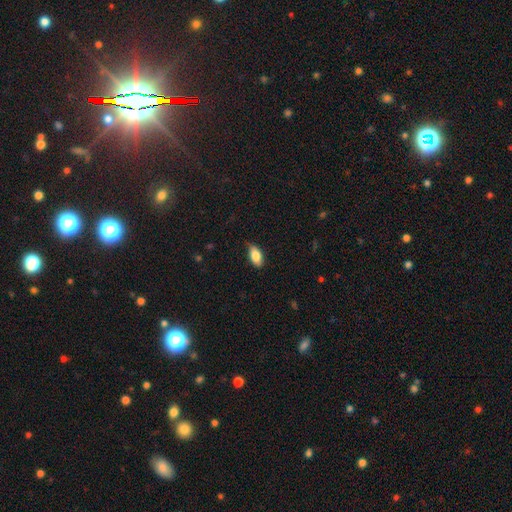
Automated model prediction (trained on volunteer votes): smooth 81%, featured or disk 12%, star or artifact 7%. Down the decision tree: how rounded — in between (89%); merging — none (75%).